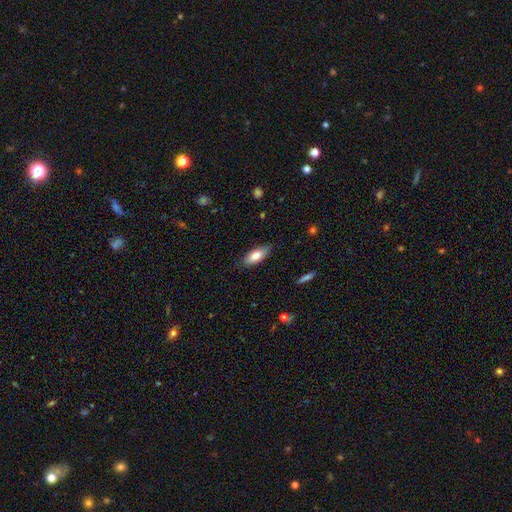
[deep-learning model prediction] Smooth or featured? Predicted: smooth (p=0.80). How rounded? Predicted: in between (p=0.80). Merging? Predicted: none (p=0.83).